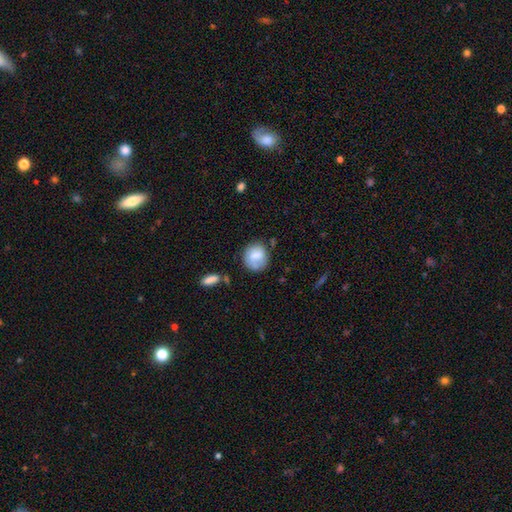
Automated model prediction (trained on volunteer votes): Q: Smooth or featured?
A: smooth (74%); runner-up: featured or disk (18%)
Q: How rounded?
A: round (80%); runner-up: in between (19%)
Q: Merging?
A: none (61%); runner-up: minor disturbance (23%)